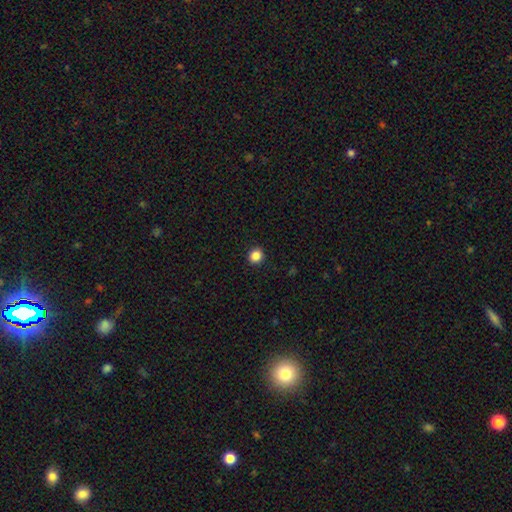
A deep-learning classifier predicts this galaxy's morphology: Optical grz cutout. It shows a smooth galaxy with no disk features (86%) that is round (82%). Merging: none (93%).